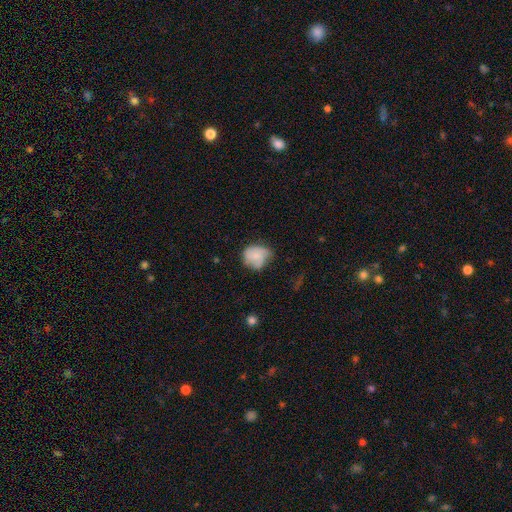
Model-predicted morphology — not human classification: type=smooth (67%); roundness=round (68%); merging=none (46%).